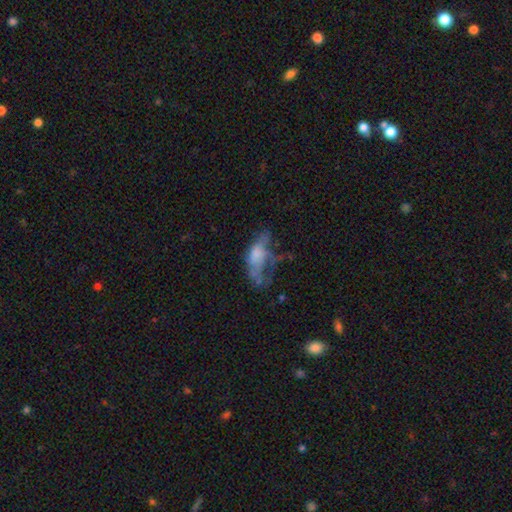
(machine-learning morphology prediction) featured or disk 45%, smooth 41%, star or artifact 14%. Down the decision tree: merging — major disturbance (47%).